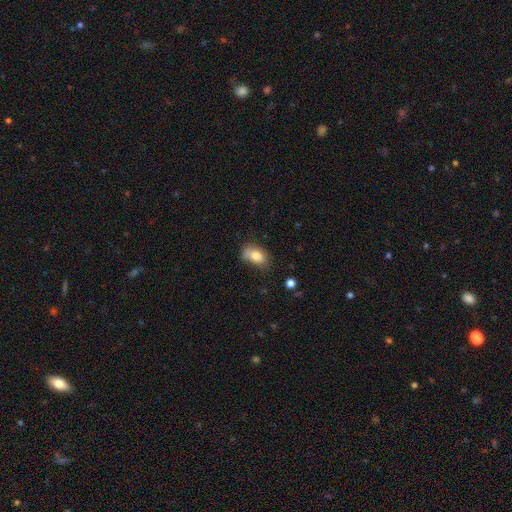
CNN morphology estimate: The model was most divided on "merging": none: 52%, minor disturbance: 31%, major disturbance: 10%, merger: 6%. More confident: how rounded — in between (87%); smooth or featured — smooth (80%).